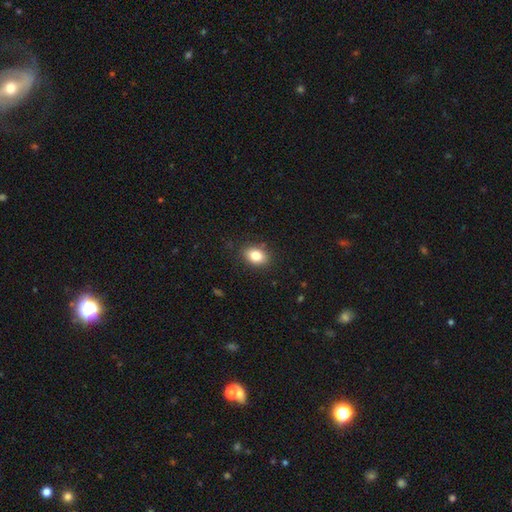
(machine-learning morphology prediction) smooth 83%, star or artifact 9%, featured or disk 8%. Down the decision tree: how rounded — in between (74%); merging — none (87%).